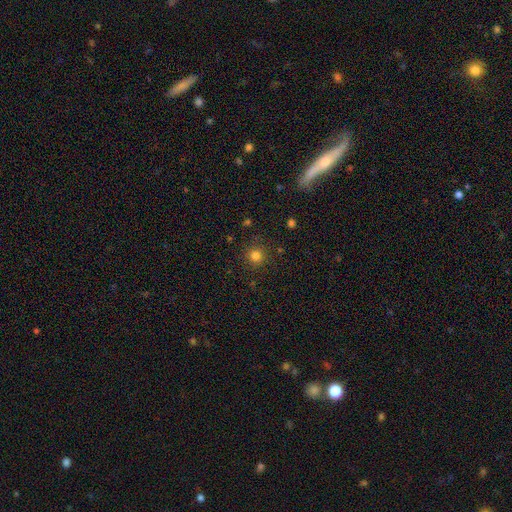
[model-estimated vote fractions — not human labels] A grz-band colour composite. It shows a smooth galaxy with no disk features (80%) that is round (93%). Merging: none (89%).